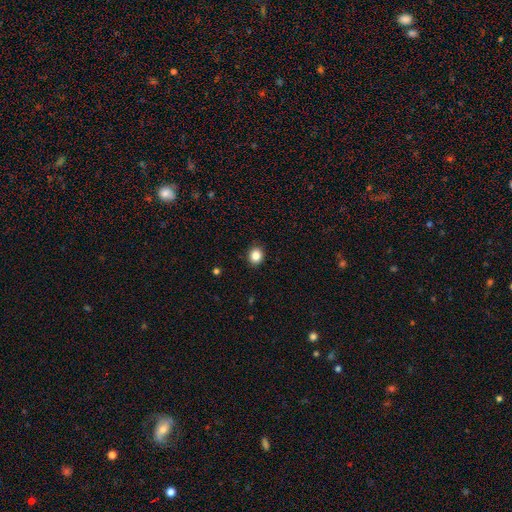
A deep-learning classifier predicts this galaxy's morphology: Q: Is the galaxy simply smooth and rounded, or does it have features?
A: smooth — 85%.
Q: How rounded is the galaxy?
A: round — 75%.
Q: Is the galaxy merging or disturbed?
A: none — 90%.